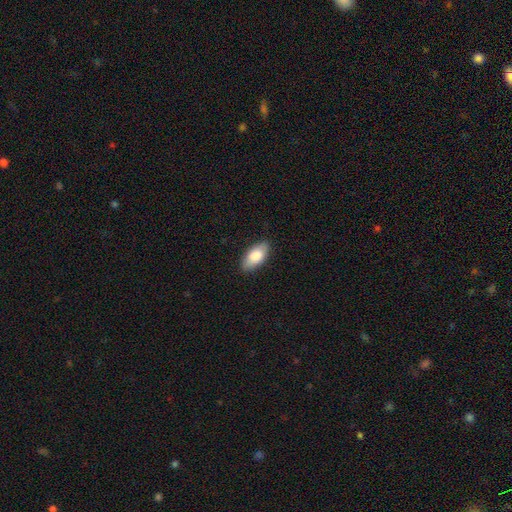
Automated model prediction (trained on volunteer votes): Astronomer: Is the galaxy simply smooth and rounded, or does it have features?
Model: smooth — 80%.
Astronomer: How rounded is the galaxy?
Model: in between — 90%.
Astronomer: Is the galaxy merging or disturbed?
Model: none — 86%.